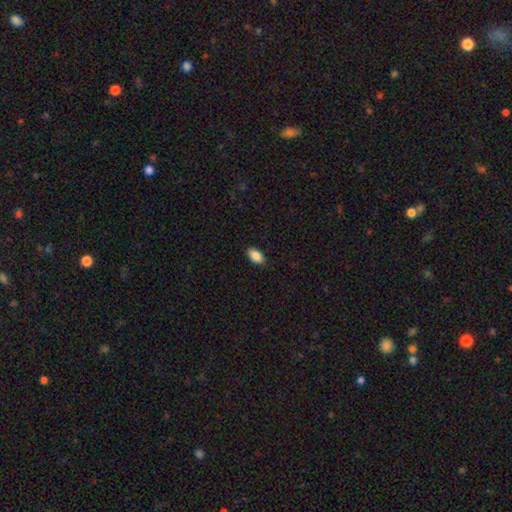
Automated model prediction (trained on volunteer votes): A smooth galaxy with no disk features (88%) that is in between round and cigar-shaped (93%).

Vote fractions:
- Smooth or featured? smooth: 88% / star or artifact: 7% / featured or disk: 4%
- How rounded? in between: 93% / round: 4% / cigar-shaped: 3%
- Merging? none: 87% / minor disturbance: 10% / major disturbance: 2% / merger: 1%